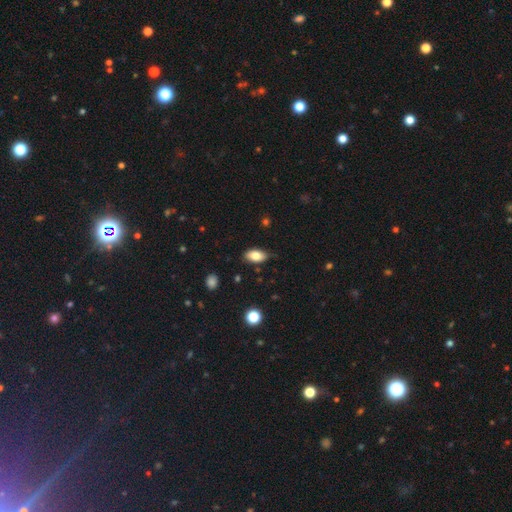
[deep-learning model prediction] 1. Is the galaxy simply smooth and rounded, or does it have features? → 81% smooth, 11% featured or disk, 8% star or artifact.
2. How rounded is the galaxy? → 91% in between, 5% round, 3% cigar-shaped.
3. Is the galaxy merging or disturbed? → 81% none, 15% minor disturbance, 3% major disturbance, 1% merger.